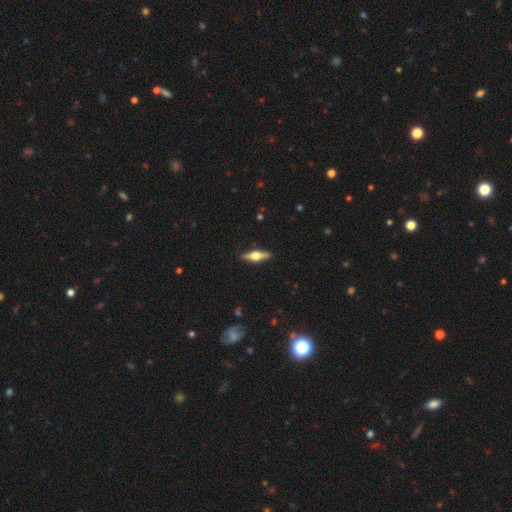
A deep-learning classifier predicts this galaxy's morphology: Smooth or featured? Predicted: featured or disk (p=0.63). Edge-on disk? Predicted: yes (p=0.95). Edge-on bulge? Predicted: rounded (p=0.95). Merging? Predicted: none (p=0.90).